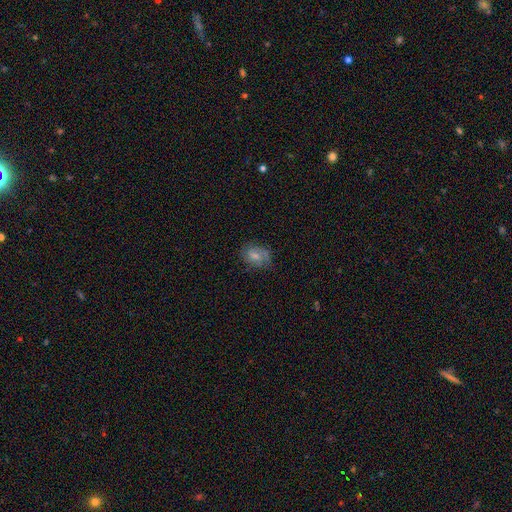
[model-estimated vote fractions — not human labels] smooth-or-featured: smooth: 60% | featured or disk: 31% | star or artifact: 9%
  how-rounded: in between: 73% | round: 25% | cigar-shaped: 2%
  merging: none: 64% | minor disturbance: 25% | major disturbance: 9% | merger: 1%